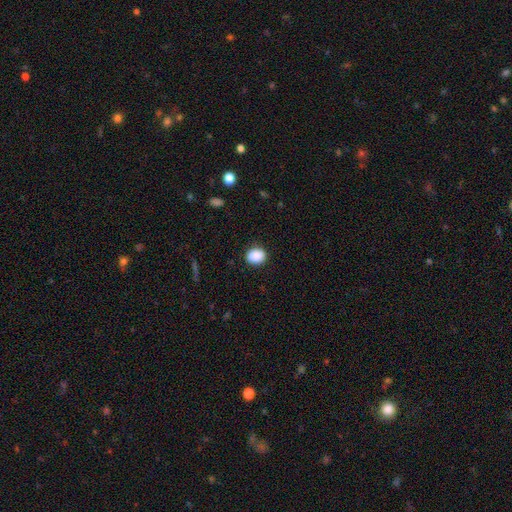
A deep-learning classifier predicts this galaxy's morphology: A smooth galaxy with no disk features (89%) that is round (61%).

Vote fractions:
- Smooth or featured? smooth: 89% / star or artifact: 8% / featured or disk: 3%
- How rounded? round: 61% / in between: 38% / cigar-shaped: 1%
- Merging? none: 87% / minor disturbance: 9% / major disturbance: 3% / merger: 1%